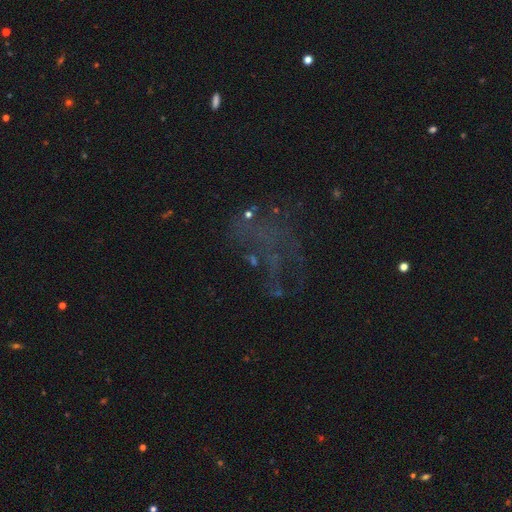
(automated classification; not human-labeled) Smooth or featured?
  - star or artifact: 53% *
  - featured or disk: 29%
  - smooth: 19%